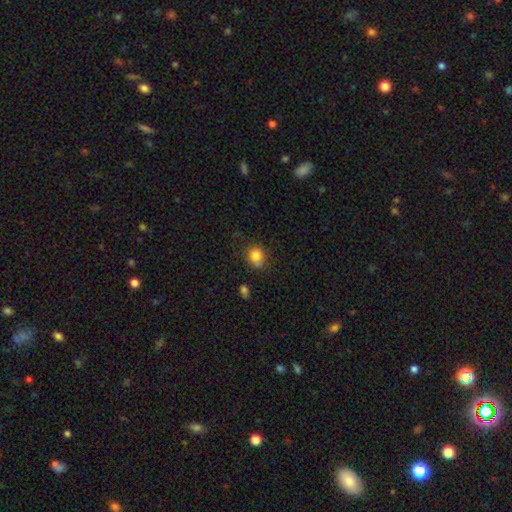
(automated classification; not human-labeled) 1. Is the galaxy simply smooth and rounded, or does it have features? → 83% smooth, 11% star or artifact, 6% featured or disk.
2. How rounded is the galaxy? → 72% round, 27% in between, 1% cigar-shaped.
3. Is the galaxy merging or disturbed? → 67% none, 23% minor disturbance, 5% major disturbance, 4% merger.